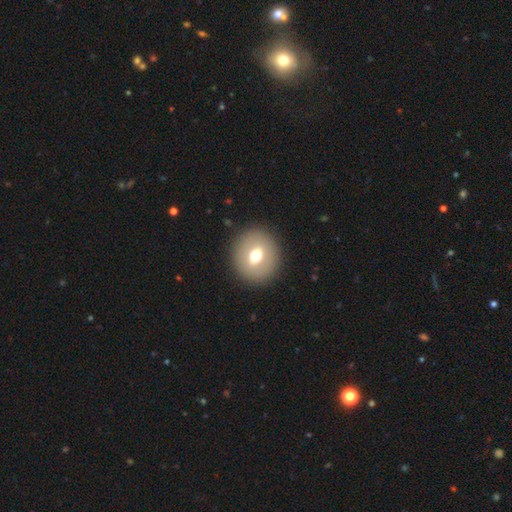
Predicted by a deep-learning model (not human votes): Smooth or featured? Predicted: smooth (p=0.60). How rounded? Predicted: round (p=0.81). Merging? Predicted: none (p=0.89).